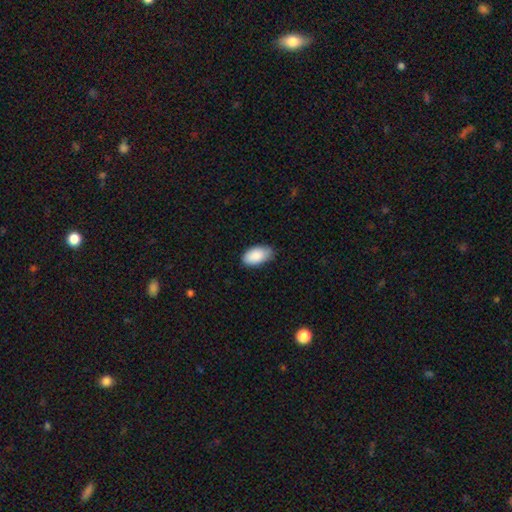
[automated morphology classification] Smooth or featured?
  - smooth: 89% *
  - star or artifact: 6%
  - featured or disk: 4%
How rounded?
  - in between: 95% *
  - round: 3%
  - cigar-shaped: 2%
Merging?
  - none: 75% *
  - minor disturbance: 21%
  - major disturbance: 3%
  - merger: 1%